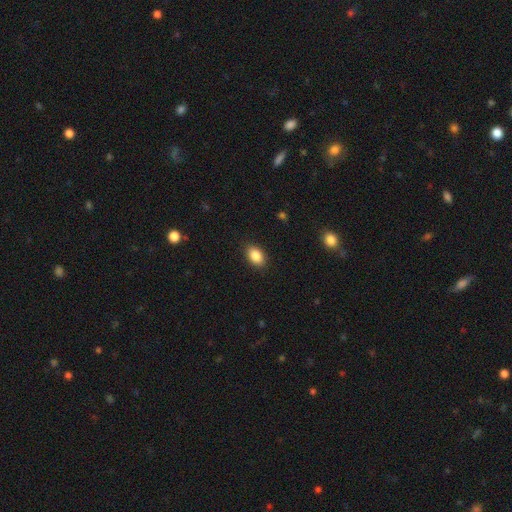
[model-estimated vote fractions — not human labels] smooth-or-featured: smooth: 87% | star or artifact: 8% | featured or disk: 5%
  how-rounded: in between: 88% | round: 11% | cigar-shaped: 1%
  merging: none: 88% | minor disturbance: 9% | major disturbance: 2% | merger: 1%